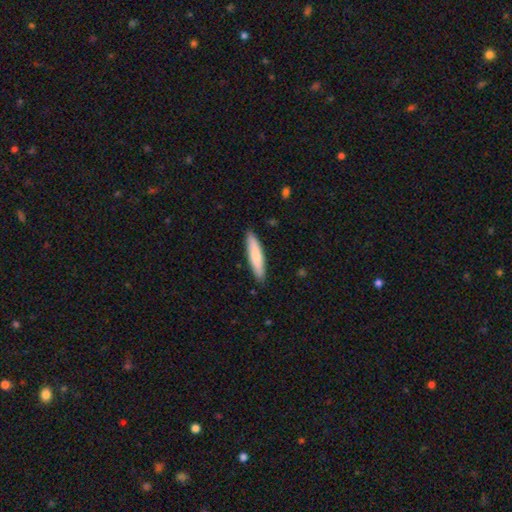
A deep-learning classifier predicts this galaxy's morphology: type=smooth (79%); roundness=cigar-shaped (83%); merging=none (89%).